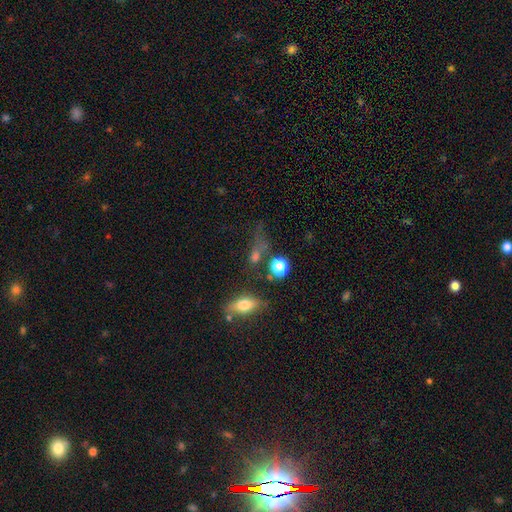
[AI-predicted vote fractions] Smooth or featured: smooth — 58% (star or artifact — 24%)
How rounded: in between — 46% (round — 36%)
Merging: none — 46% (minor disturbance — 20%)